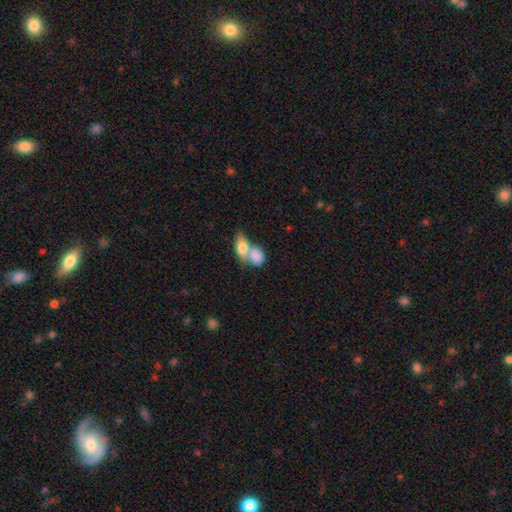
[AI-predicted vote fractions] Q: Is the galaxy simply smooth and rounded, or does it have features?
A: smooth — 81%.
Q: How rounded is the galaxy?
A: in between — 69%.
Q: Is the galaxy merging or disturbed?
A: merger — 70%.